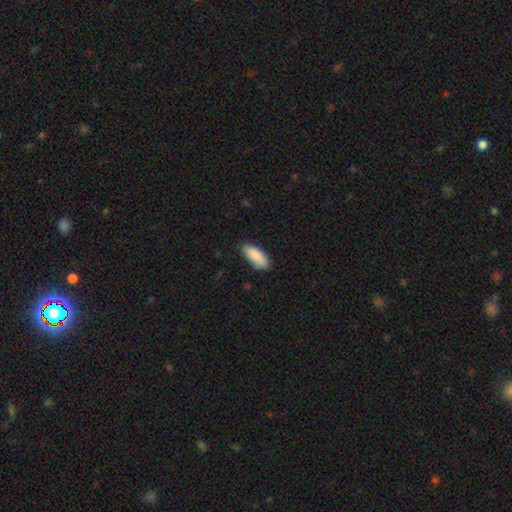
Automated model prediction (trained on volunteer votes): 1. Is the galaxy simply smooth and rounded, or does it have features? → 89% smooth, 6% star or artifact, 5% featured or disk.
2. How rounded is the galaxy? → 78% in between, 20% cigar-shaped, 2% round.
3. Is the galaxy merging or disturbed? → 76% none, 20% minor disturbance, 3% major disturbance, 1% merger.